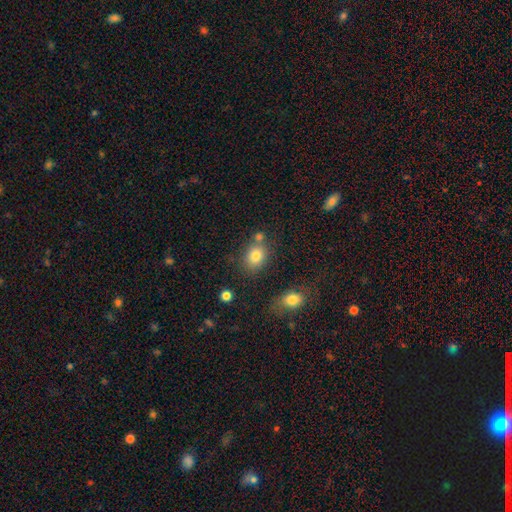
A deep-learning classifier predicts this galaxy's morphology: type=smooth (80%); roundness=in between (53%); merging=none (65%).